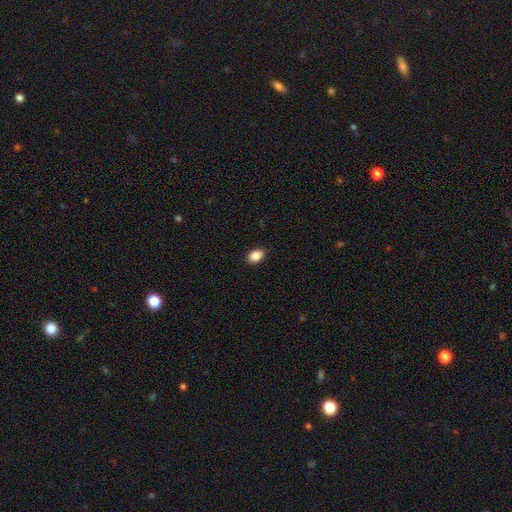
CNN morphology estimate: smooth_or_featured: smooth (p=0.87) [alt: star or artifact p=0.08]
how_rounded: in between (p=0.86) [alt: round p=0.13]
merging: none (p=0.90) [alt: minor disturbance p=0.07]